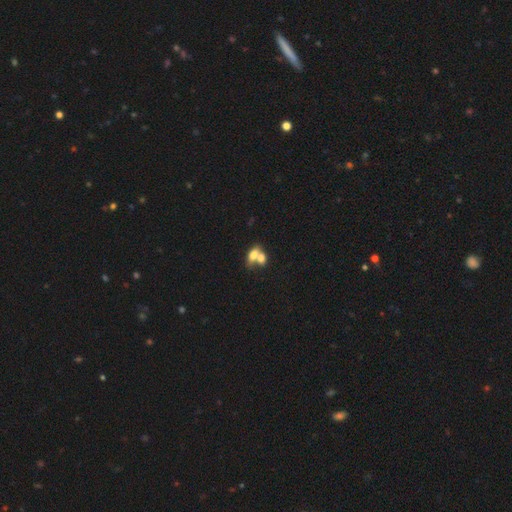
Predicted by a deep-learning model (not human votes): This appears to be a smooth galaxy with no disk features (71%) that is in between round and cigar-shaped (81%). Merging: merger (67%).